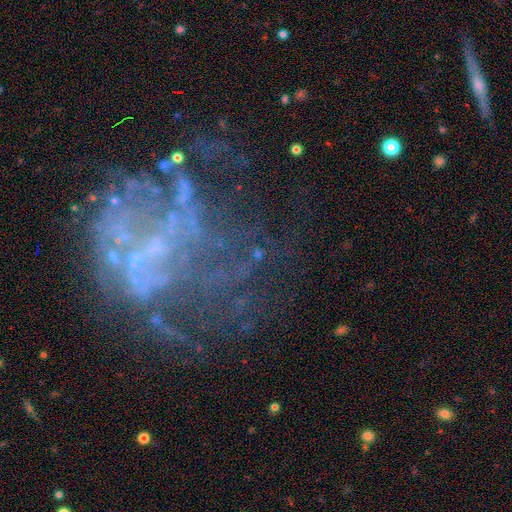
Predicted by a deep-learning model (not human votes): Morphology: type=featured or disk (63%); edge-on=no (96%); bar=no (67%); spiral arms=yes (53%); bulge=small (45%); merging=none (47%).